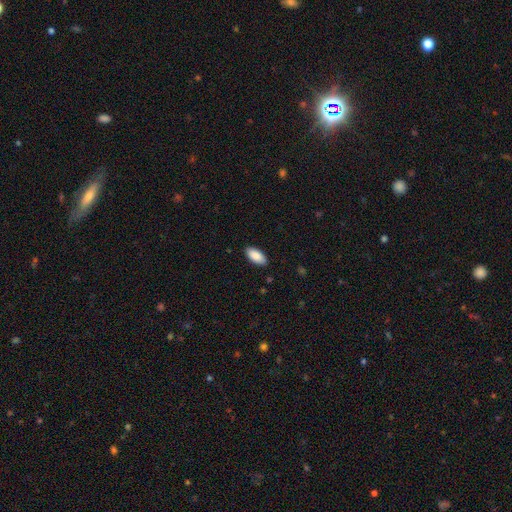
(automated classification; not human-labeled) This appears to be a smooth galaxy with no disk features (88%) that is in between round and cigar-shaped (92%). Merging: none (89%).